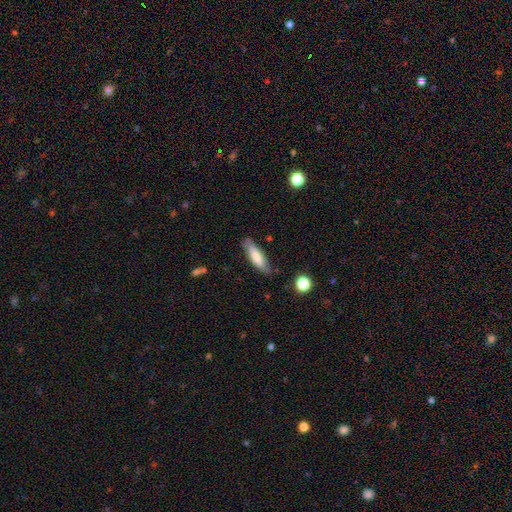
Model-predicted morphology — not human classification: smooth-or-featured: smooth: 69% | featured or disk: 24% | star or artifact: 6%
  how-rounded: cigar-shaped: 60% | in between: 38% | round: 2%
  merging: none: 77% | minor disturbance: 17% | major disturbance: 4% | merger: 2%